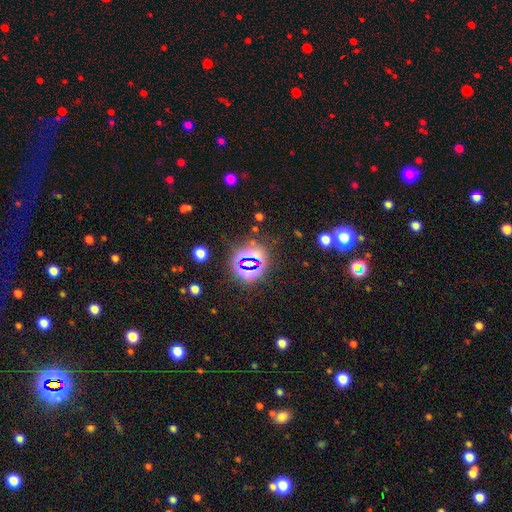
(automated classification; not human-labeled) The model was most divided on "smooth or featured": star or artifact: 74%, smooth: 18%, featured or disk: 9%.